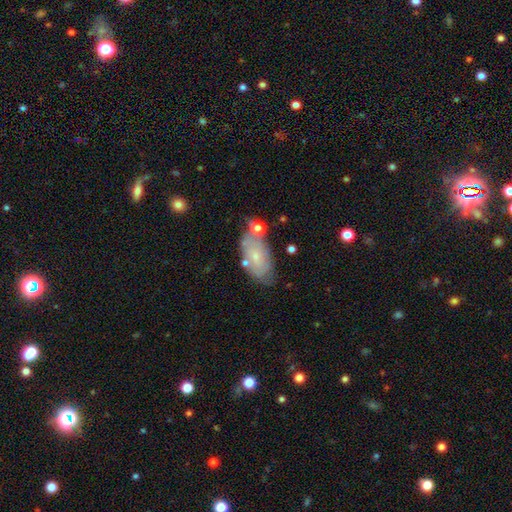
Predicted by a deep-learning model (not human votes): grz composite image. It shows a smooth galaxy with no disk features (52%) that is in between round and cigar-shaped (90%). Merging: none (57%).